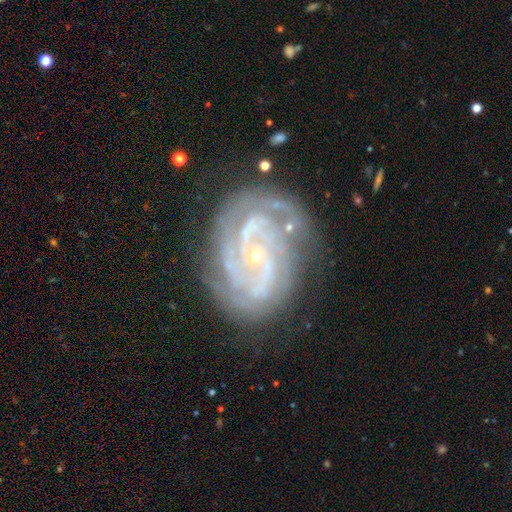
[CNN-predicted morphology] Q: Smooth or featured?
A: featured or disk (89%); runner-up: star or artifact (7%)
Q: Edge-on disk?
A: no (97%); runner-up: yes (3%)
Q: Bar?
A: no (61%); runner-up: weak (27%)
Q: Spiral arms?
A: yes (98%); runner-up: no (2%)
Q: Spiral winding?
A: tight (67%); runner-up: medium (29%)
Q: Spiral arm count?
A: 2 (33%); runner-up: 3 (26%)
Q: Bulge size?
A: small (83%); runner-up: moderate (13%)
Q: Merging?
A: none (72%); runner-up: minor disturbance (18%)